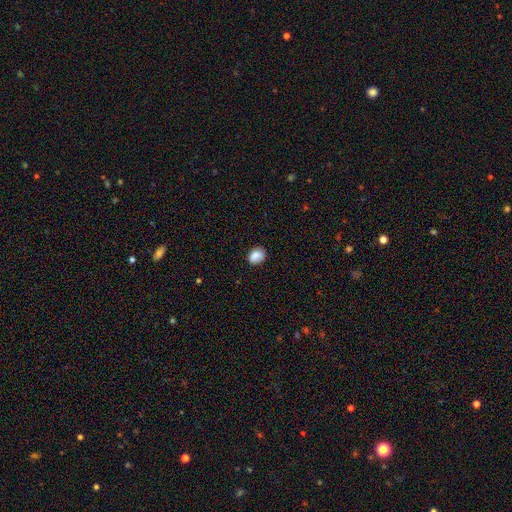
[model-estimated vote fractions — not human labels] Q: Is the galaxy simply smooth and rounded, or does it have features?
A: smooth — 80%.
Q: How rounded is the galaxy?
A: in between — 56%.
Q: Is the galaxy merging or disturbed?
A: none — 73%.